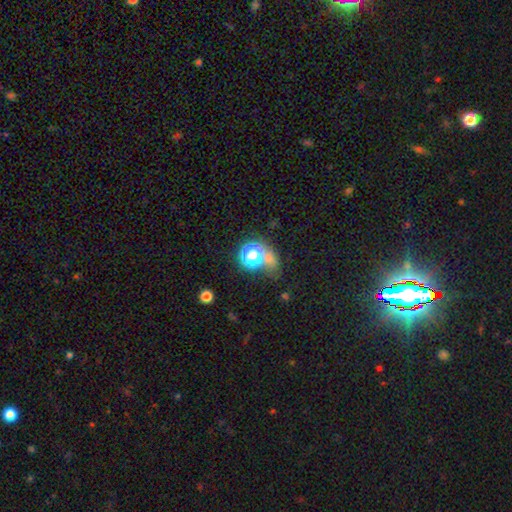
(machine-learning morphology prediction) Smooth or featured? Predicted: smooth (p=0.51). How rounded? Predicted: round (p=0.73). Merging? Predicted: none (p=0.54).